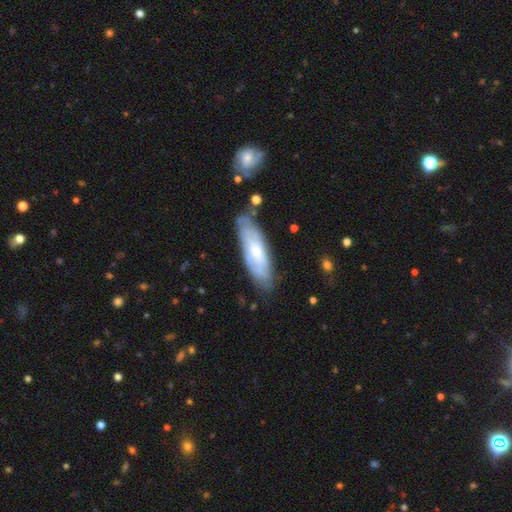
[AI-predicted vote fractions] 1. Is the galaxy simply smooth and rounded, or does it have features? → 51% featured or disk, 43% smooth, 6% star or artifact.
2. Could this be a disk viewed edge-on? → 73% no, 27% yes.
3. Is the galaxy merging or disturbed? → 69% none, 22% minor disturbance, 6% major disturbance, 3% merger.